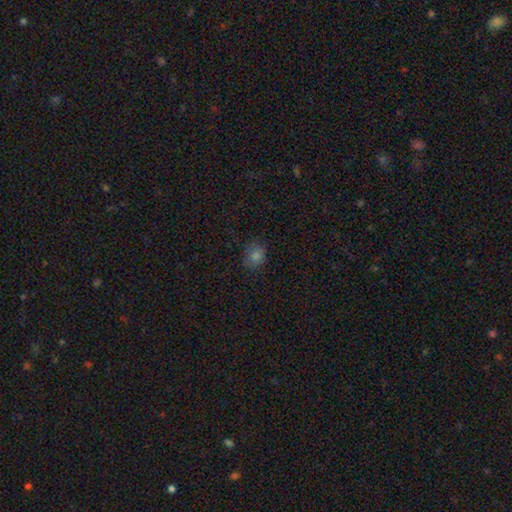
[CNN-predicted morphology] smooth 77%, star or artifact 16%, featured or disk 7%. Down the decision tree: how rounded — round (63%); merging — none (80%).